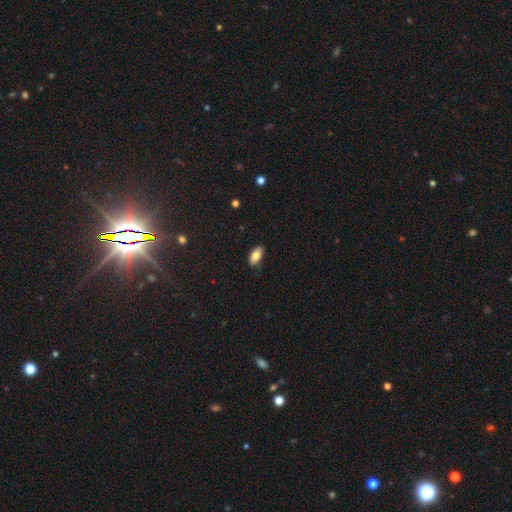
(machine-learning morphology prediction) Smooth or featured?
  - smooth: 82% *
  - featured or disk: 11%
  - star or artifact: 7%
How rounded?
  - in between: 91% *
  - cigar-shaped: 6%
  - round: 3%
Merging?
  - none: 84% *
  - minor disturbance: 13%
  - major disturbance: 2%
  - merger: 1%